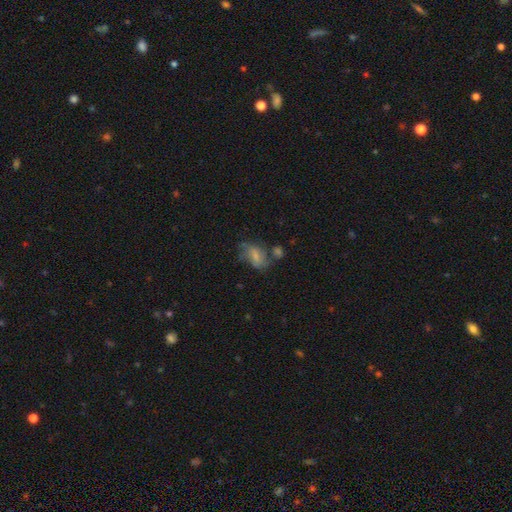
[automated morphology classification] Smooth or featured?
  - smooth: 58% *
  - featured or disk: 32%
  - star or artifact: 11%
How rounded?
  - in between: 83% *
  - round: 14%
  - cigar-shaped: 3%
Merging?
  - none: 37% *
  - minor disturbance: 25%
  - major disturbance: 22%
  - merger: 16%